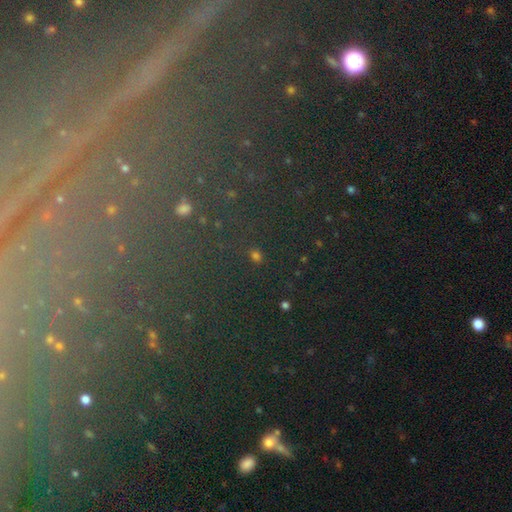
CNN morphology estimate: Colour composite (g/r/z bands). It shows a star or artifact, not a galaxy (53%).